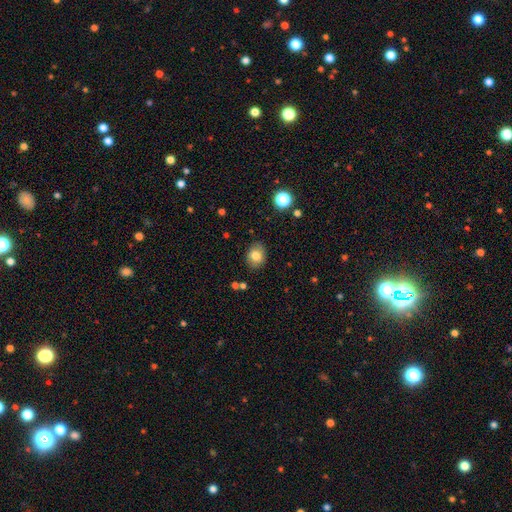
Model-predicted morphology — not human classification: This appears to be a smooth galaxy with no disk features (80%) that is in between round and cigar-shaped (52%). Merging: none (84%).